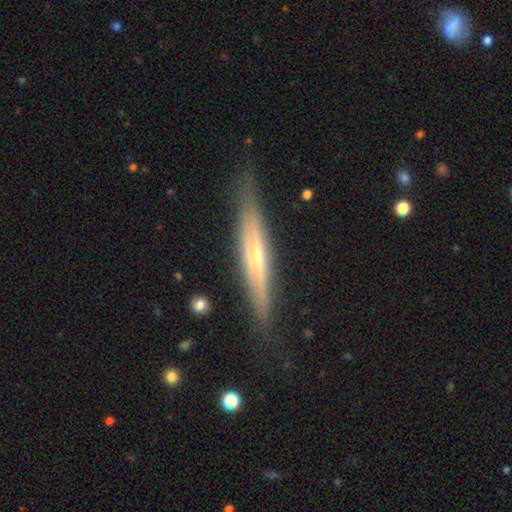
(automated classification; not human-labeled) Smooth or featured: featured or disk — 71% (smooth — 23%)
Edge-on disk: yes — 93% (no — 7%)
Edge-on bulge: rounded — 69% (none — 25%)
Merging: none — 85% (minor disturbance — 11%)